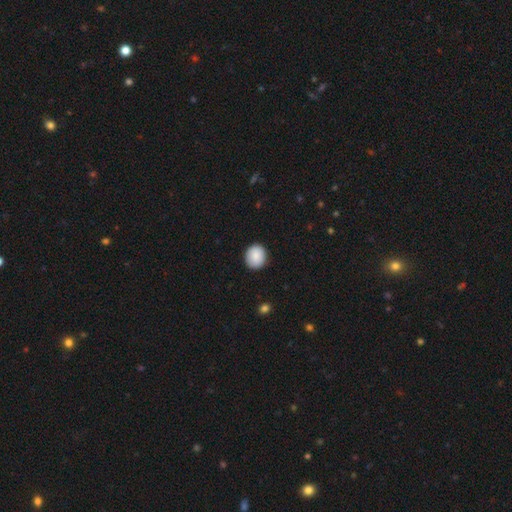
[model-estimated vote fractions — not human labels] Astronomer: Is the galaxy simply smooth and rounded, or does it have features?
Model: smooth — 89%.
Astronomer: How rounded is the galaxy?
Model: round — 77%.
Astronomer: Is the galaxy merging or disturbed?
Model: none — 90%.